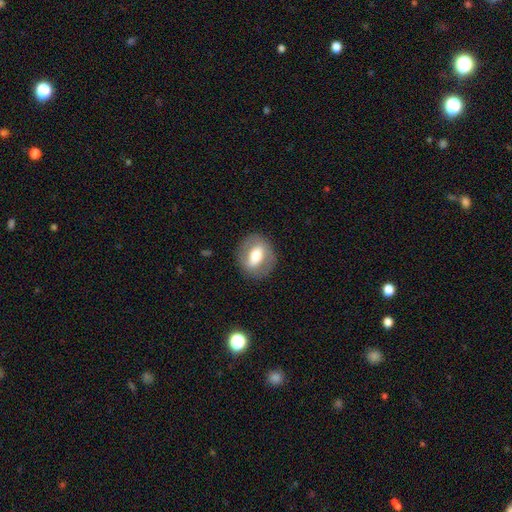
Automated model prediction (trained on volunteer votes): Overall: smooth (48%; featured or disk 45%). Merging: none (83%).